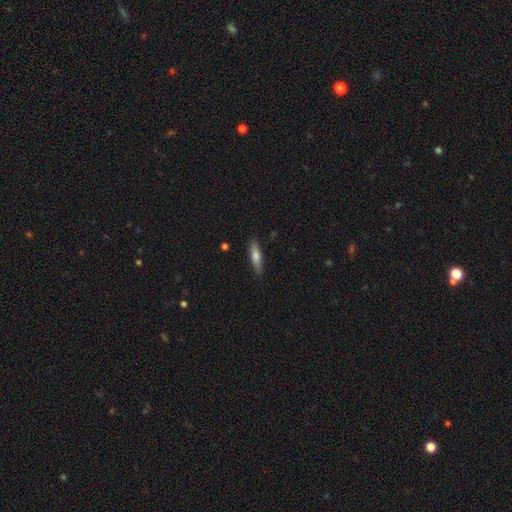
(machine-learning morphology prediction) The model was most divided on "smooth or featured": smooth: 66%, featured or disk: 28%, star or artifact: 6%. More confident: merging — none (87%); how rounded — cigar-shaped (74%).